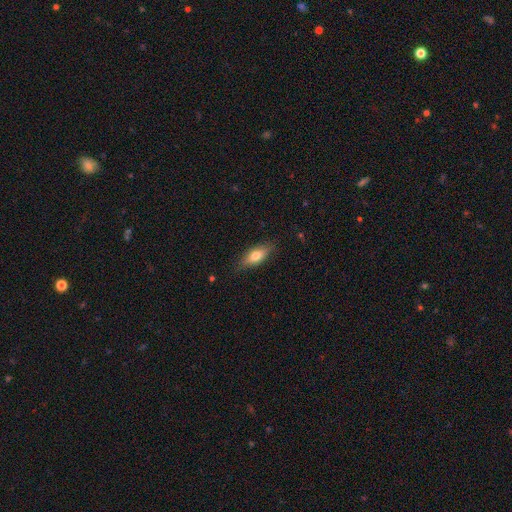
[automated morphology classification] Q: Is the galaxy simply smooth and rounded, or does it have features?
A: smooth — 68%.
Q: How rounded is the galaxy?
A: in between — 71%.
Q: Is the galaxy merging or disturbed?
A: none — 81%.